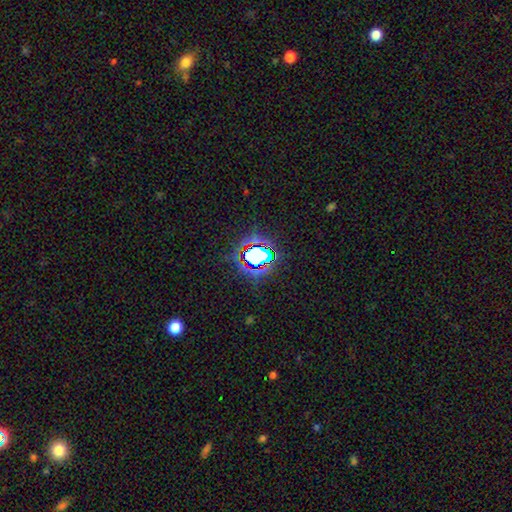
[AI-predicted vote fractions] smooth_or_featured: star or artifact (p=0.67) [alt: smooth p=0.21]